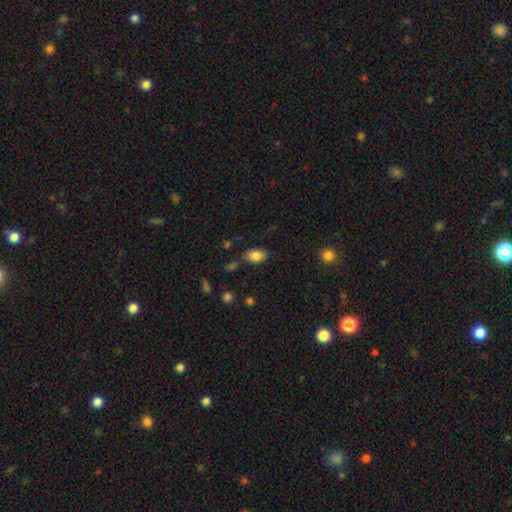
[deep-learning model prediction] Smooth or featured? Predicted: smooth (p=0.84). How rounded? Predicted: in between (p=0.89). Merging? Predicted: none (p=0.76).